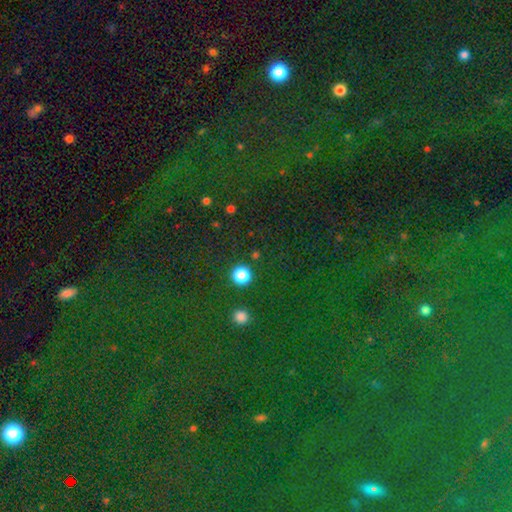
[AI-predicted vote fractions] A smooth galaxy with no disk features (63%) that is round (90%). Merging: none (89%).